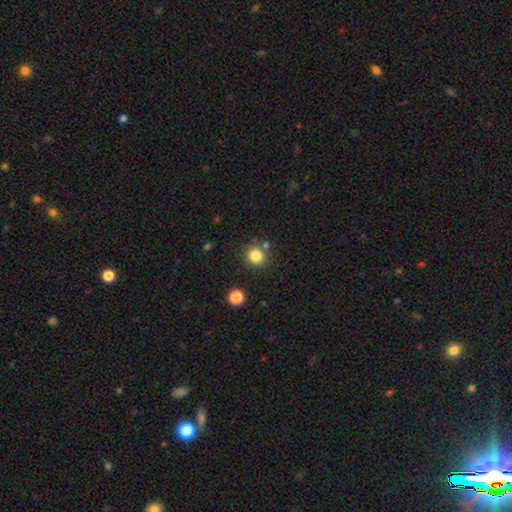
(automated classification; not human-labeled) Smooth or featured? smooth (83%)
How rounded? round (87%)
Merging? none (79%)